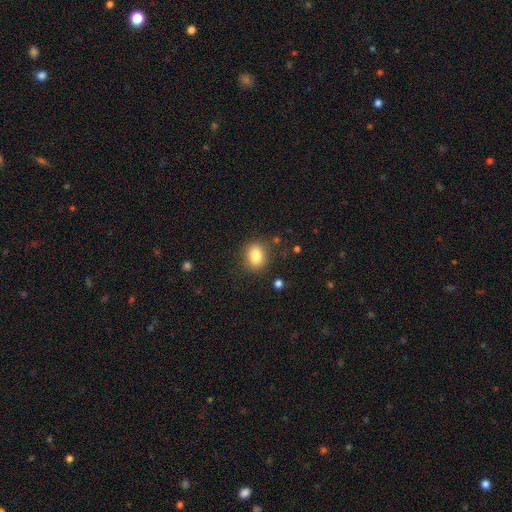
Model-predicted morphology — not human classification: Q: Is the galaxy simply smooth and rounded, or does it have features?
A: smooth — 83%.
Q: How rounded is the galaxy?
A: in between — 52%.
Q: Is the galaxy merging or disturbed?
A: none — 84%.